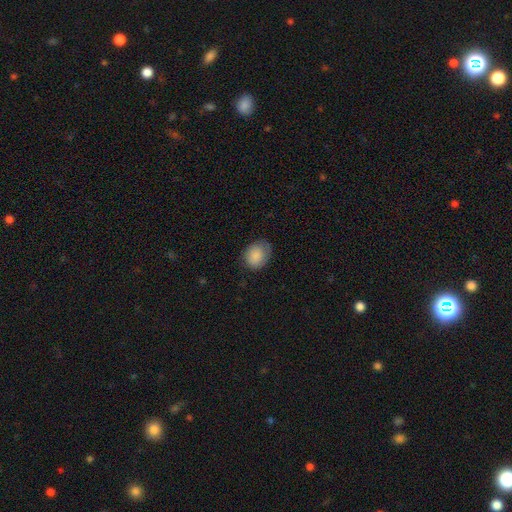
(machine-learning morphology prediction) smooth-or-featured: smooth: 85% | featured or disk: 8% | star or artifact: 7%
  how-rounded: in between: 51% | round: 48% | cigar-shaped: 1%
  merging: none: 66% | minor disturbance: 26% | major disturbance: 7% | merger: 1%